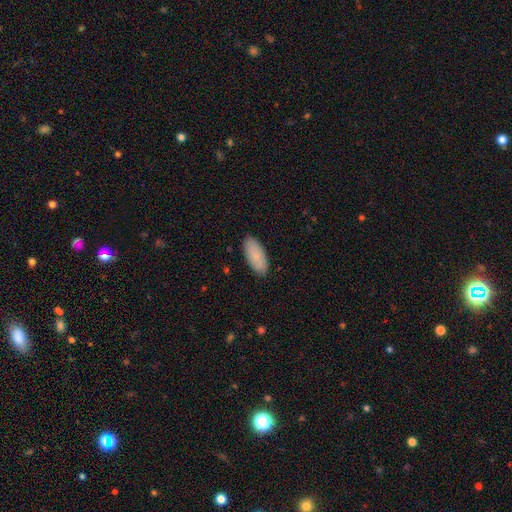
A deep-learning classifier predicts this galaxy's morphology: A smooth galaxy with no disk features (82%) that is in between round and cigar-shaped (89%).

Vote fractions:
- Smooth or featured? smooth: 82% / featured or disk: 12% / star or artifact: 6%
- How rounded? in between: 89% / cigar-shaped: 9% / round: 2%
- Merging? none: 87% / minor disturbance: 10% / major disturbance: 2% / merger: 1%